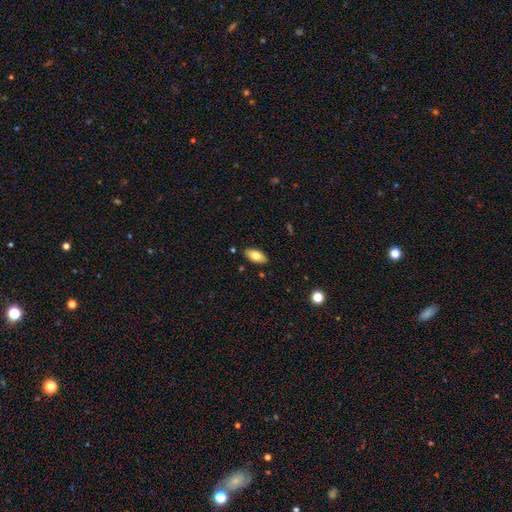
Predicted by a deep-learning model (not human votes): This appears to be a smooth galaxy with no disk features (75%) that is in between round and cigar-shaped (92%). Merging: none (88%).